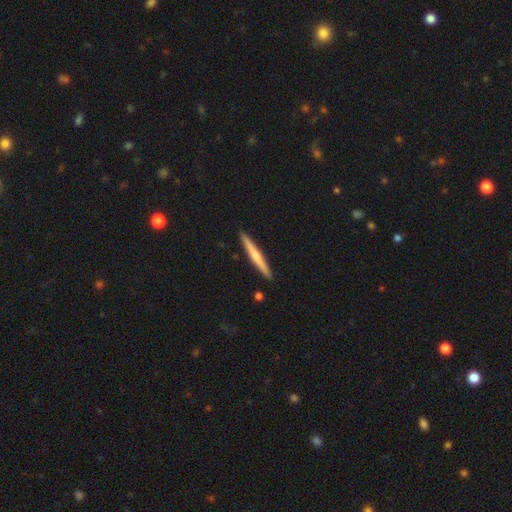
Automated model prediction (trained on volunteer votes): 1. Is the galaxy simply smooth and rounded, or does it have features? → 53% featured or disk, 42% smooth, 5% star or artifact.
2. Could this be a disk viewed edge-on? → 98% yes, 2% no.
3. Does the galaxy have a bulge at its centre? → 63% rounded, 32% none, 6% boxy.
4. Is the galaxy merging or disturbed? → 92% none, 6% minor disturbance, 1% merger, 1% major disturbance.